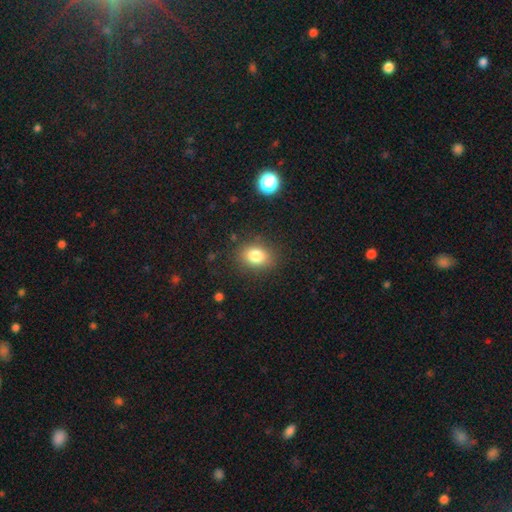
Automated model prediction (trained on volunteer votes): Smooth or featured? Predicted: smooth (p=0.81). How rounded? Predicted: in between (p=0.58). Merging? Predicted: none (p=0.85).